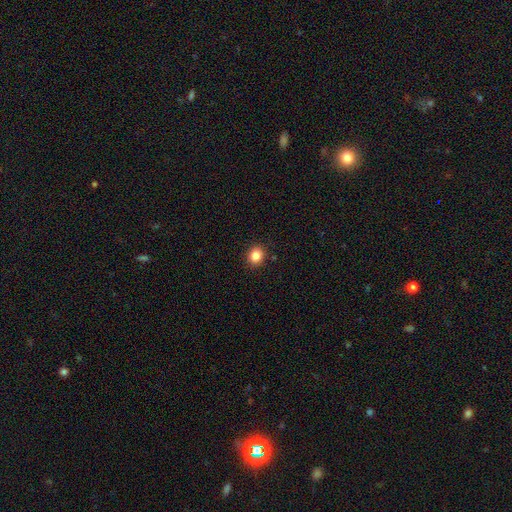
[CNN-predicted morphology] smooth 85%, star or artifact 11%, featured or disk 5%. Down the decision tree: how rounded — round (72%); merging — none (90%).